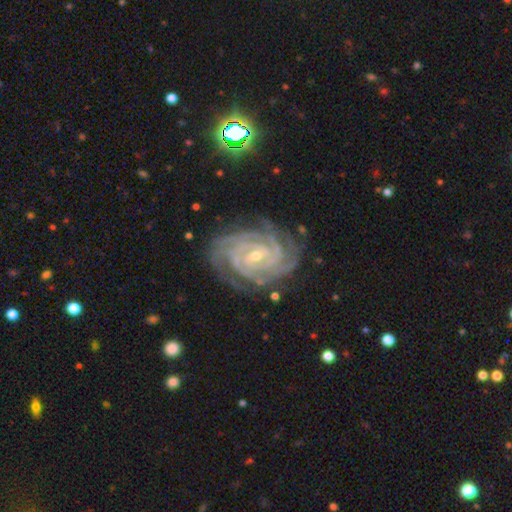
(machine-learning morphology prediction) smooth-or-featured: featured or disk: 92% | star or artifact: 5% | smooth: 3%
  disk-edge-on: no: 98% | yes: 2%
    bar: weak: 42% | no: 34% | strong: 24%
    has-spiral-arms: yes: 99% | no: 1%
      spiral-winding: tight: 84% | medium: 14% | loose: 2%
      spiral-arm-count: 4: 31% | 3: 22% | 2: 14% | can't tell: 13% | more than 4: 13% | 1: 7%
    bulge-size: small: 72% | moderate: 25% | none: 1% | large: 1% | dominant: 1%
  merging: none: 80% | minor disturbance: 15% | major disturbance: 4% | merger: 1%